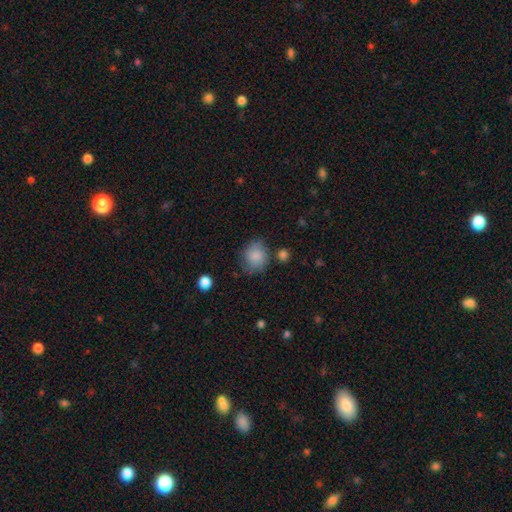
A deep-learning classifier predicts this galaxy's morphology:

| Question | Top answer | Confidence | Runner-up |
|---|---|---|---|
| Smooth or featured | smooth | 81% | featured or disk (11%) |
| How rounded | round | 66% | in between (33%) |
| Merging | none | 68% | minor disturbance (22%) |